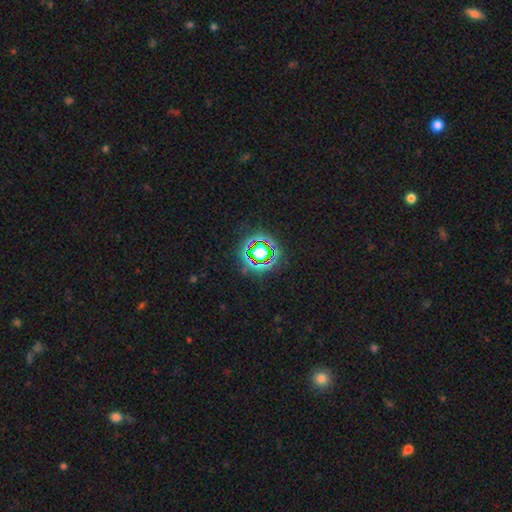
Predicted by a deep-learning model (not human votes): A star or artifact, not a galaxy (72%).